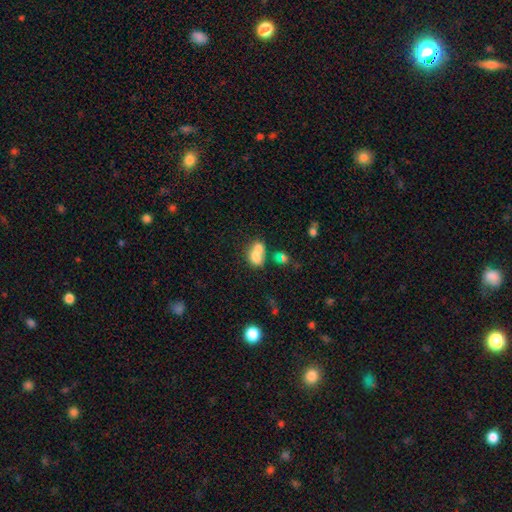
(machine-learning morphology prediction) This appears to be a smooth galaxy with no disk features (69%) that is in between round and cigar-shaped (61%). Merging: merger (65%).